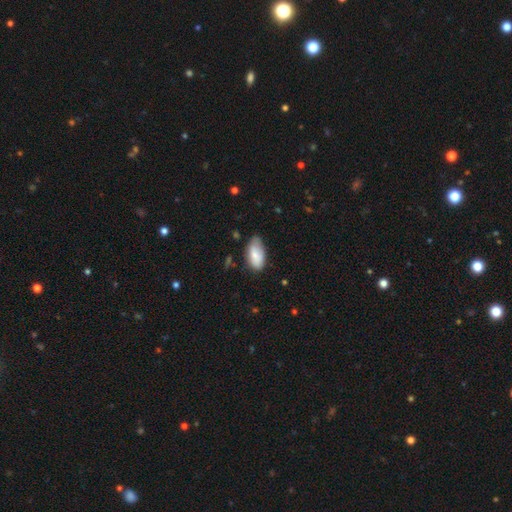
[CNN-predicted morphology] Smooth or featured? Predicted: smooth (p=0.79). How rounded? Predicted: in between (p=0.94). Merging? Predicted: none (p=0.62).